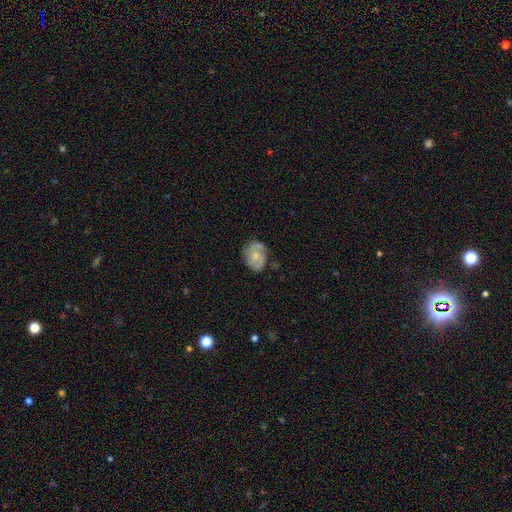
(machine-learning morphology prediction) smooth_or_featured: featured or disk (p=0.54) [alt: smooth p=0.39]
disk_edge_on: no (p=0.97) [alt: yes p=0.03]
bar: no (p=0.69) [alt: weak p=0.27]
has_spiral_arms: yes (p=0.81) [alt: no p=0.19]
bulge_size: small (p=0.45) [alt: moderate p=0.36]
merging: none (p=0.64) [alt: minor disturbance p=0.24]